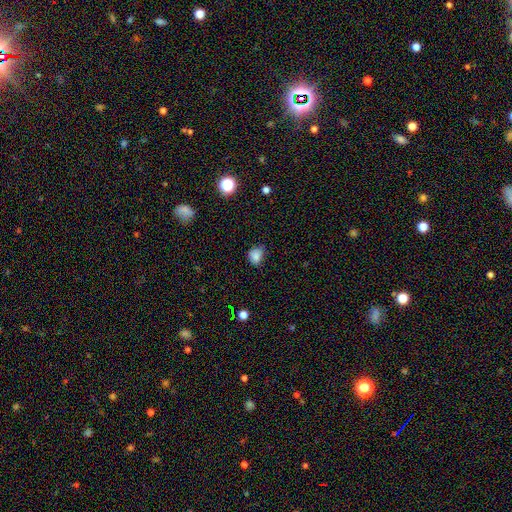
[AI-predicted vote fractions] smooth_or_featured: smooth (p=0.82) [alt: star or artifact p=0.12]
how_rounded: round (p=0.57) [alt: in between p=0.42]
merging: none (p=0.58) [alt: minor disturbance p=0.33]